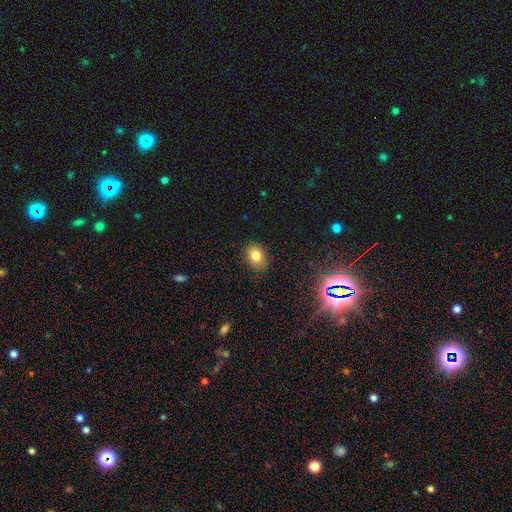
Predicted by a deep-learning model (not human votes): smooth 81%, star or artifact 11%, featured or disk 8%. Down the decision tree: how rounded — in between (68%); merging — none (84%).